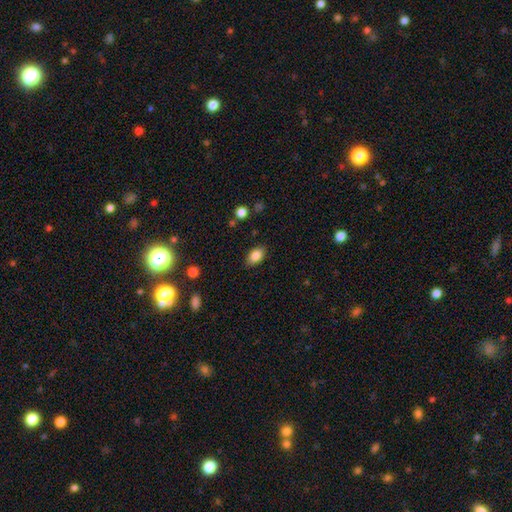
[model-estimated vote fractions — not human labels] smooth-or-featured: smooth: 85% | star or artifact: 8% | featured or disk: 7%
  how-rounded: in between: 87% | round: 11% | cigar-shaped: 2%
  merging: none: 85% | minor disturbance: 11% | major disturbance: 3% | merger: 1%